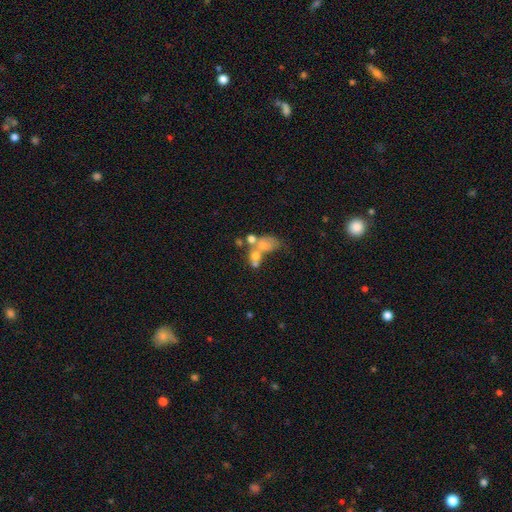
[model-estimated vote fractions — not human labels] A smooth galaxy with no disk features (47%).

Vote fractions:
- Smooth or featured? smooth: 47% / featured or disk: 37% / star or artifact: 17%
- Merging? merger: 60% / none: 18% / major disturbance: 14% / minor disturbance: 8%